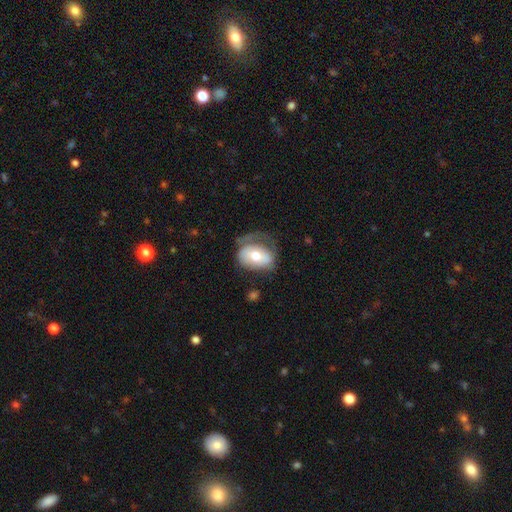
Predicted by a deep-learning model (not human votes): A smooth galaxy with no disk features (56%) that is in between round and cigar-shaped (72%). Merging: none (35%).